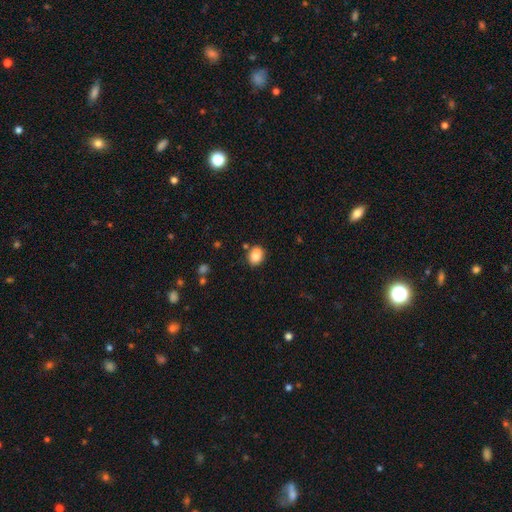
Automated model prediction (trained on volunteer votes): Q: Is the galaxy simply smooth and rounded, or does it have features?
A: smooth — 82%.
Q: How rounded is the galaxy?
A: round — 55%.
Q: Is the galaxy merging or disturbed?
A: none — 77%.